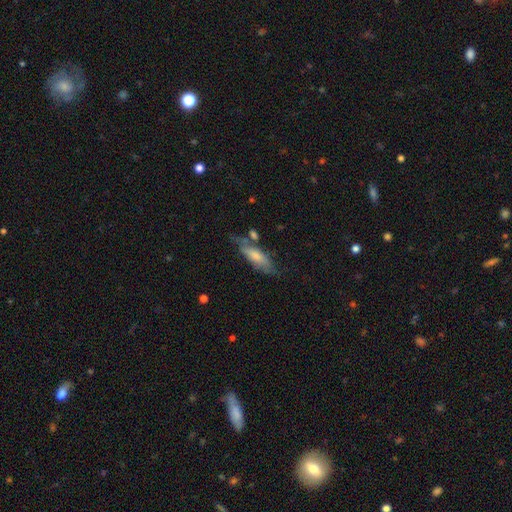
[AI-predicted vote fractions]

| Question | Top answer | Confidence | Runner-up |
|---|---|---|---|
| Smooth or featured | smooth | 59% | featured or disk (35%) |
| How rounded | in between | 49% | tied: cigar-shaped (49%) |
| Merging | none | 49% | minor disturbance (28%) |